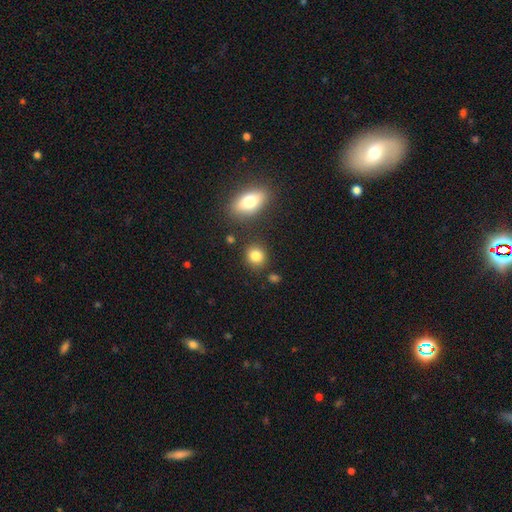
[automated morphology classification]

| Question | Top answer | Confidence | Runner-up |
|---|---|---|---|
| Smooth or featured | smooth | 83% | star or artifact (10%) |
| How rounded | round | 74% | in between (25%) |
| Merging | none | 82% | minor disturbance (9%) |